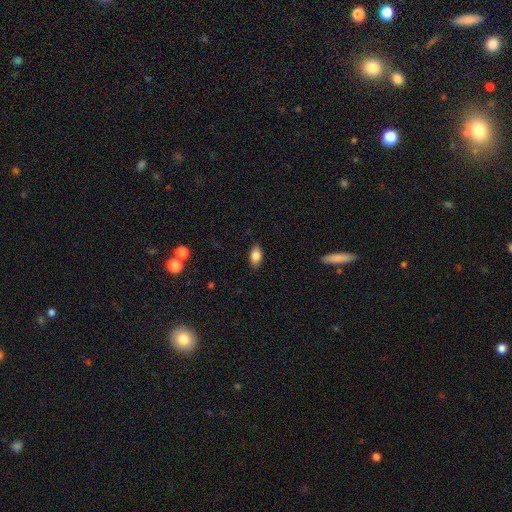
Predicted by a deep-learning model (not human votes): A smooth galaxy with no disk features (83%) that is in between round and cigar-shaped (90%).

Vote fractions:
- Smooth or featured? smooth: 83% / featured or disk: 9% / star or artifact: 8%
- How rounded? in between: 90% / round: 6% / cigar-shaped: 4%
- Merging? none: 86% / minor disturbance: 10% / major disturbance: 2% / merger: 1%